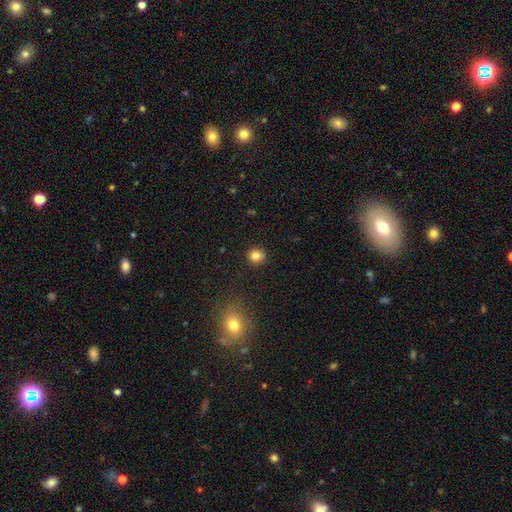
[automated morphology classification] A smooth galaxy with no disk features (81%) that is round (87%). Merging: none (79%).